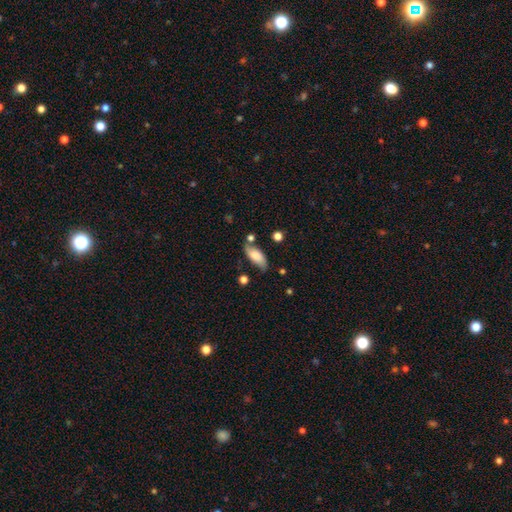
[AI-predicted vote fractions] Smooth or featured? smooth (69%)
How rounded? in between (84%)
Merging? none (62%)